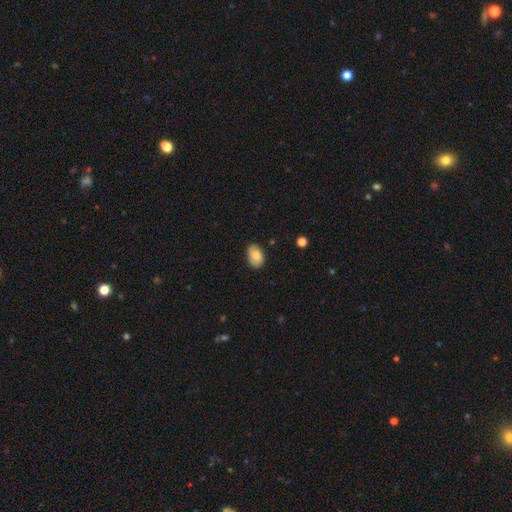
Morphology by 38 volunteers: This appears to be a smooth galaxy with no disk features (71%) that is in between round and cigar-shaped (81%). Merging: none (51%).